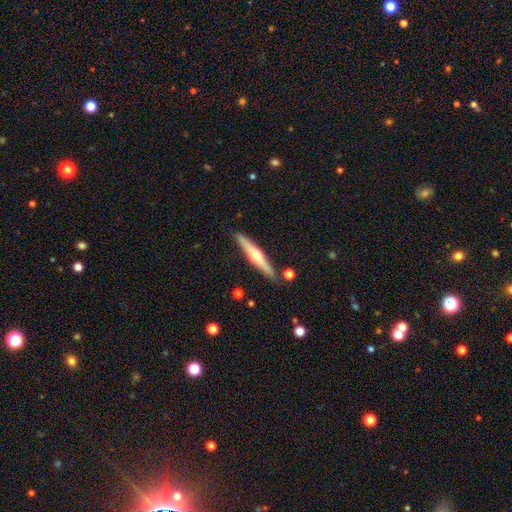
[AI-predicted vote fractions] A featured or disk galaxy (61%) viewed edge-on (96%) with a rounded central bulge (91%).

Vote fractions:
- Smooth or featured? featured or disk: 61% / smooth: 33% / star or artifact: 5%
- Edge-on disk? yes: 96% / no: 4%
- Edge-on bulge? rounded: 91% / none: 6% / boxy: 3%
- Merging? none: 87% / minor disturbance: 9% / merger: 3% / major disturbance: 2%